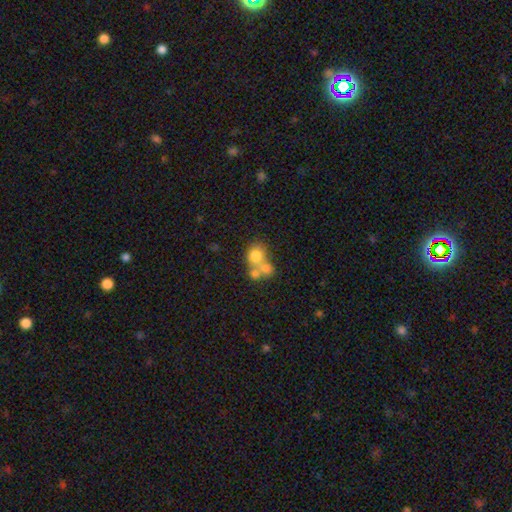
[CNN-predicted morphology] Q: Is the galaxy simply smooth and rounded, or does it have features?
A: smooth — 70%.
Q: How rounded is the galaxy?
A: round — 75%.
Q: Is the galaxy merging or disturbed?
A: merger — 56%.